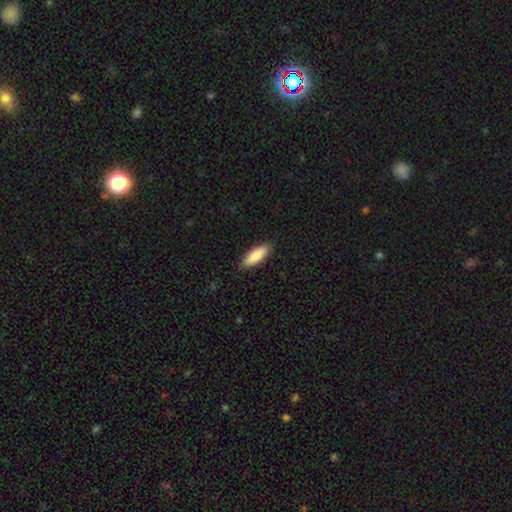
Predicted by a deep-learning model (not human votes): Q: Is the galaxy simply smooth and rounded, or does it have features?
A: smooth — 88%.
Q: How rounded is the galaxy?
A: in between — 61%.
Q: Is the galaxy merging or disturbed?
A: none — 88%.